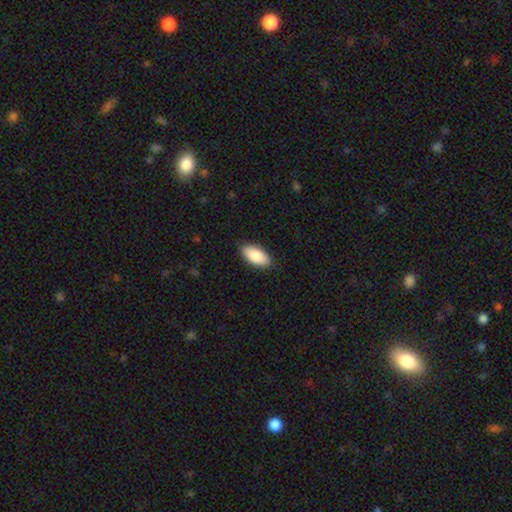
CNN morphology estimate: Q: Smooth or featured?
A: smooth (86%); runner-up: featured or disk (8%)
Q: How rounded?
A: in between (93%); runner-up: cigar-shaped (5%)
Q: Merging?
A: none (87%); runner-up: minor disturbance (10%)